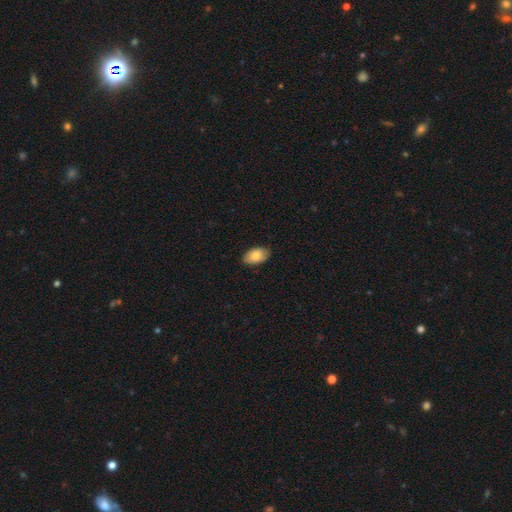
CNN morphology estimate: smooth-or-featured: smooth: 81% | featured or disk: 12% | star or artifact: 7%
  how-rounded: in between: 94% | round: 5% | cigar-shaped: 1%
  merging: none: 86% | minor disturbance: 11% | major disturbance: 2% | merger: 1%